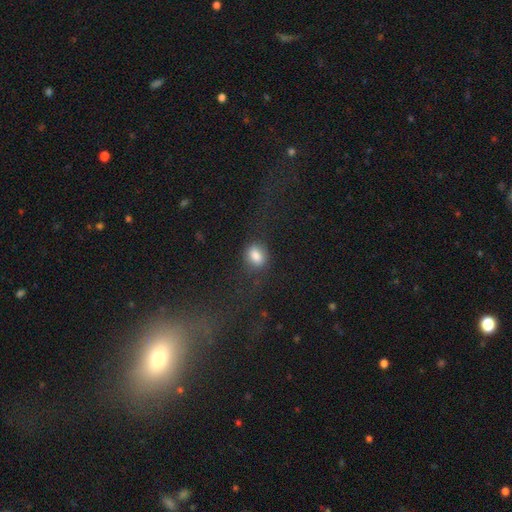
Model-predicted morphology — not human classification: type=smooth (82%); roundness=in between (63%); merging=none (70%).